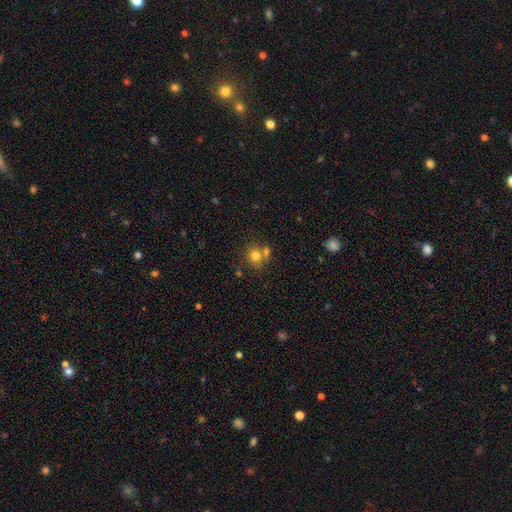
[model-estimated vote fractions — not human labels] smooth_or_featured: smooth (p=0.76) [alt: featured or disk p=0.12]
how_rounded: round (p=0.81) [alt: in between p=0.18]
merging: none (p=0.53) [alt: merger p=0.31]